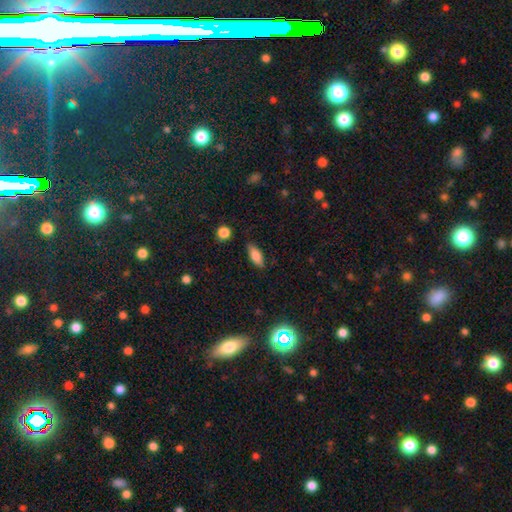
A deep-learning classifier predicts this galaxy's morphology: A smooth galaxy with no disk features (79%) that is in between round and cigar-shaped (75%).

Vote fractions:
- Smooth or featured? smooth: 79% / featured or disk: 13% / star or artifact: 8%
- How rounded? in between: 75% / cigar-shaped: 22% / round: 3%
- Merging? none: 83% / minor disturbance: 13% / major disturbance: 3% / merger: 2%